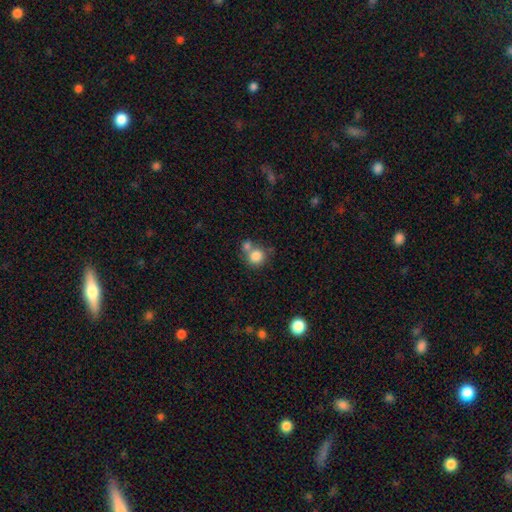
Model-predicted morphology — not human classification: smooth-or-featured: smooth: 81% | star or artifact: 10% | featured or disk: 9%
  how-rounded: round: 84% | in between: 15% | cigar-shaped: 1%
  merging: none: 48% | merger: 38% | minor disturbance: 10% | major disturbance: 4%